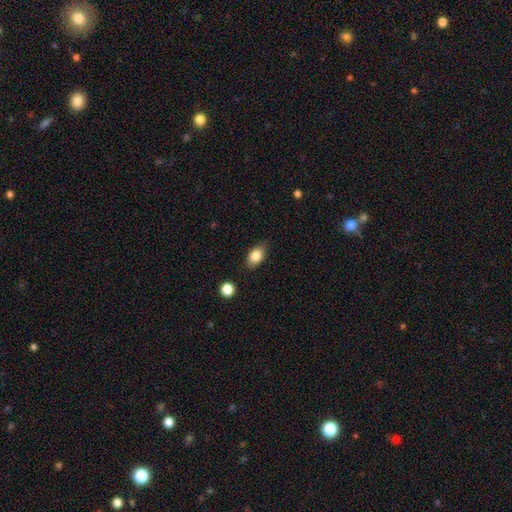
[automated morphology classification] Smooth or featured? Predicted: smooth (p=0.81). How rounded? Predicted: in between (p=0.83). Merging? Predicted: none (p=0.81).